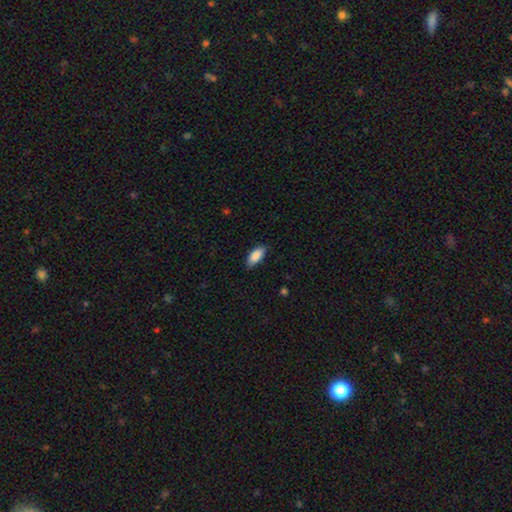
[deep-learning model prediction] Smooth or featured? Predicted: smooth (p=0.88). How rounded? Predicted: in between (p=0.86). Merging? Predicted: none (p=0.83).